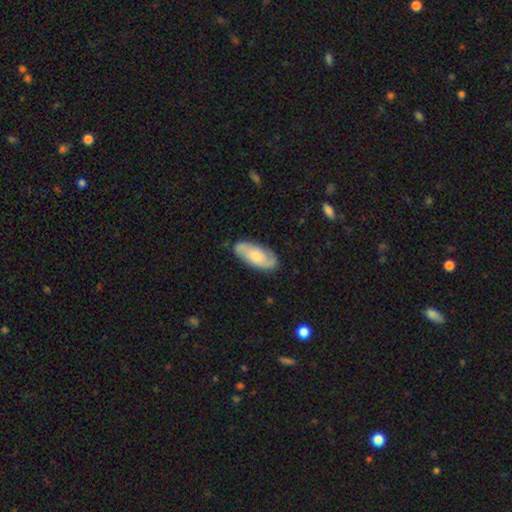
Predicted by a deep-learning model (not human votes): A featured or disk galaxy (61%) with no bar (73%), spiral arms (86%) and a small central bulge (54%). Merging: none (80%).